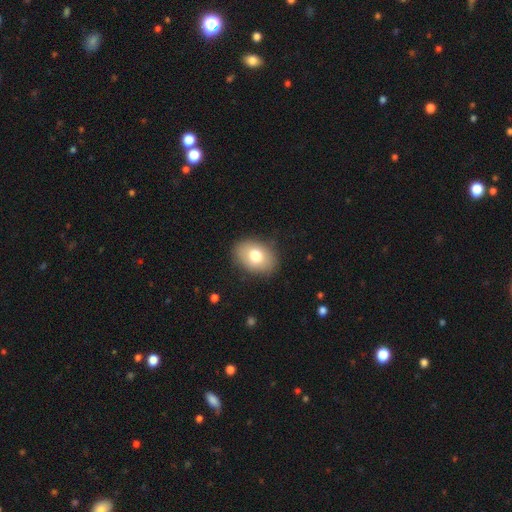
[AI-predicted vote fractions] A smooth galaxy with no disk features (77%) that is in between round and cigar-shaped (77%). Merging: none (85%).